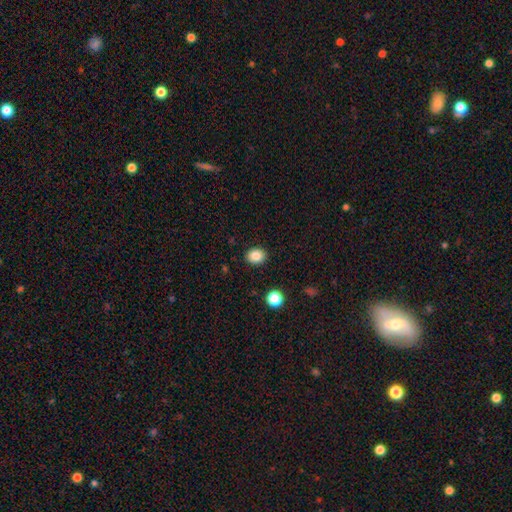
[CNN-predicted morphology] A smooth galaxy with no disk features (85%) that is round (57%). Merging: none (90%).